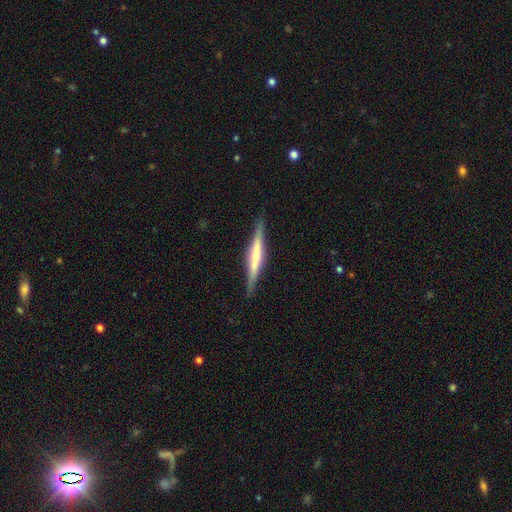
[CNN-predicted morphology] Smooth or featured? Predicted: featured or disk (p=0.60). Edge-on disk? Predicted: yes (p=0.97). Edge-on bulge? Predicted: none (p=0.42). Merging? Predicted: none (p=0.88).